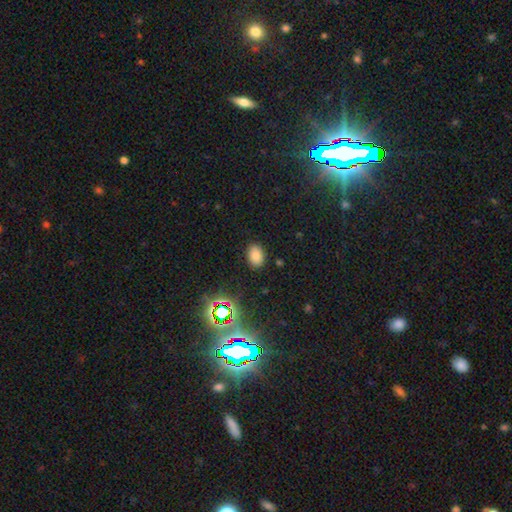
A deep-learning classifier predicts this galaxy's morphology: This appears to be a smooth galaxy with no disk features (77%) that is in between round and cigar-shaped (79%). Merging: none (87%).